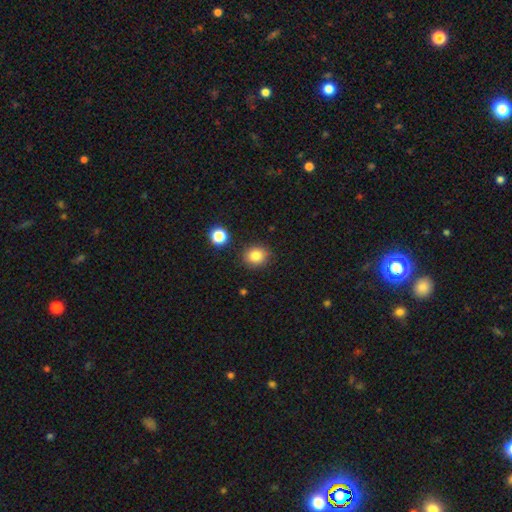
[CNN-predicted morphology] This appears to be a smooth galaxy with no disk features (84%) that is round (76%). Merging: none (87%).